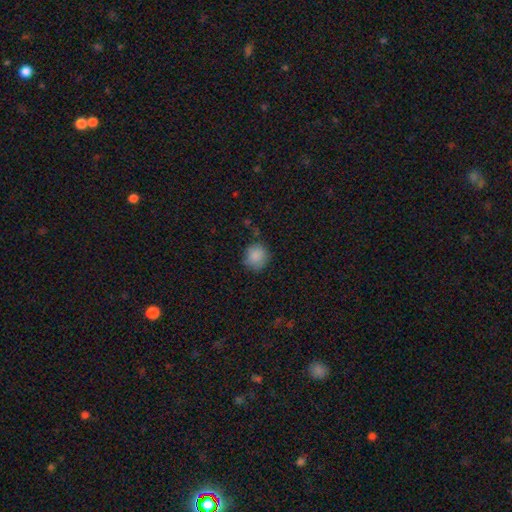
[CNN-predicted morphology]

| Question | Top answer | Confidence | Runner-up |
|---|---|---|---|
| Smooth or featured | smooth | 87% | star or artifact (9%) |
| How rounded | round | 87% | in between (12%) |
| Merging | none | 79% | minor disturbance (15%) |